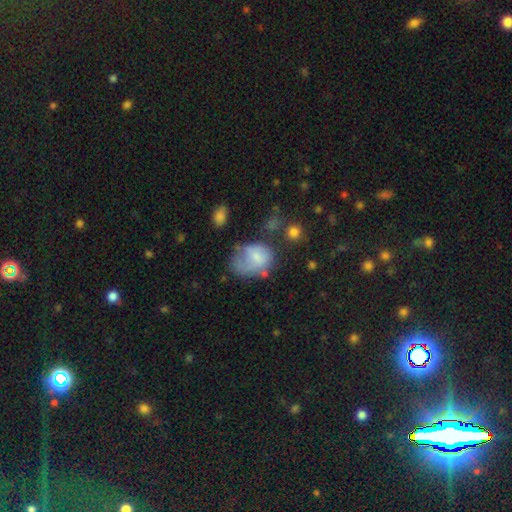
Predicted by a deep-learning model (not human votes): Smooth or featured?
  - smooth: 64% *
  - featured or disk: 26%
  - star or artifact: 10%
How rounded?
  - in between: 68% *
  - round: 31%
  - cigar-shaped: 1%
Merging?
  - major disturbance: 34% *
  - minor disturbance: 29%
  - none: 27%
  - merger: 9%